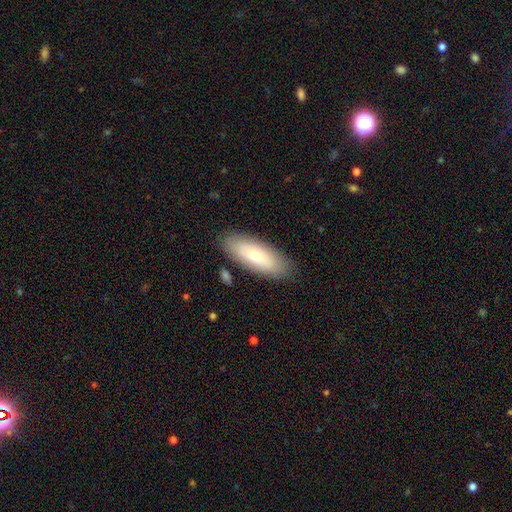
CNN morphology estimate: Smooth or featured? Predicted: smooth (p=0.74). How rounded? Predicted: in between (p=0.73). Merging? Predicted: none (p=0.85).